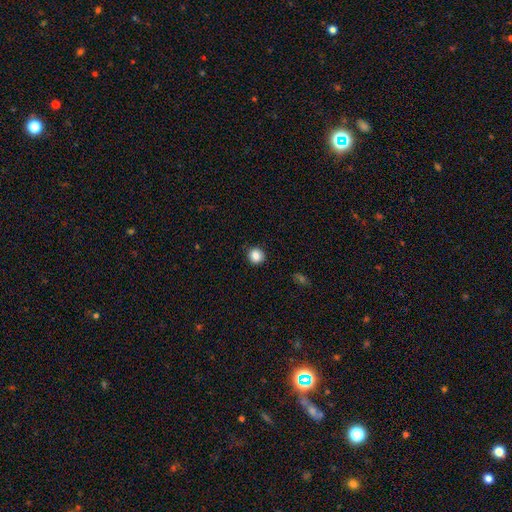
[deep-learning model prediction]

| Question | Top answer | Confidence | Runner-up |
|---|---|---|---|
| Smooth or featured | smooth | 85% | star or artifact (10%) |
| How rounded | round | 90% | in between (9%) |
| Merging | none | 90% | minor disturbance (7%) |